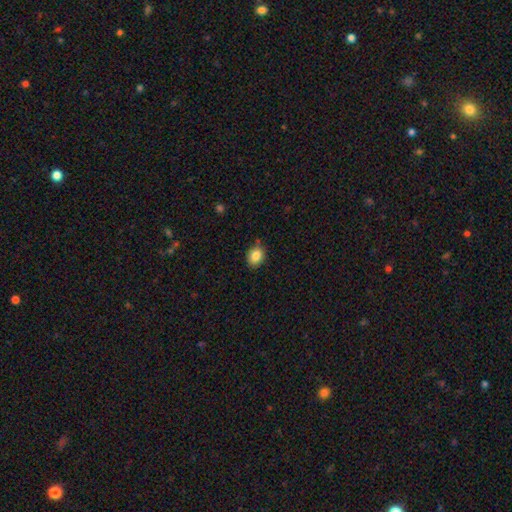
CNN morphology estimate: smooth_or_featured: smooth (p=0.85) [alt: star or artifact p=0.09]
how_rounded: in between (p=0.51) [alt: round p=0.48]
merging: none (p=0.82) [alt: minor disturbance p=0.13]